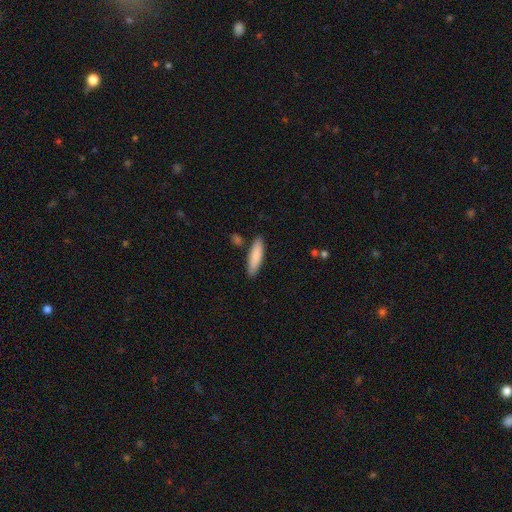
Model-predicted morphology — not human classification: smooth-or-featured: smooth: 84% | featured or disk: 11% | star or artifact: 5%
  how-rounded: cigar-shaped: 70% | in between: 28% | round: 1%
  merging: none: 85% | minor disturbance: 10% | merger: 3% | major disturbance: 2%